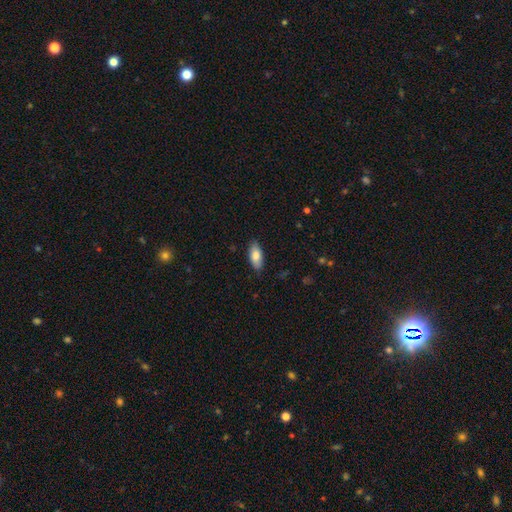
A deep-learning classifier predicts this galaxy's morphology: Smooth or featured: smooth — 81% (featured or disk — 13%)
How rounded: in between — 87% (cigar-shaped — 11%)
Merging: none — 86% (minor disturbance — 11%)